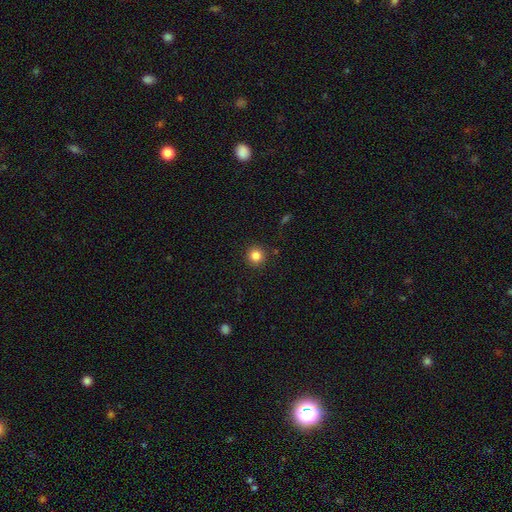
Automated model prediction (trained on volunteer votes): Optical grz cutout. It shows a smooth galaxy with no disk features (84%) that is round (95%). Merging: none (90%).